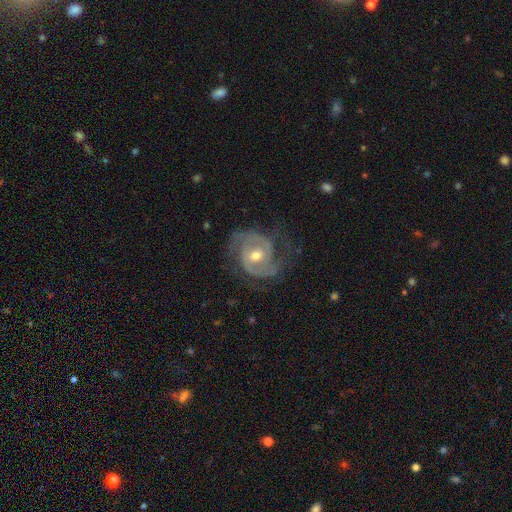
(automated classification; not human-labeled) Smooth or featured? featured or disk (89%)
Edge-on disk? no (97%)
Bar? no (43%)
Spiral arms? yes (96%)
Spiral winding? medium (44%, tied with tight)
Spiral arm count? 2 (81%)
Bulge size? moderate (69%)
Merging? none (71%)